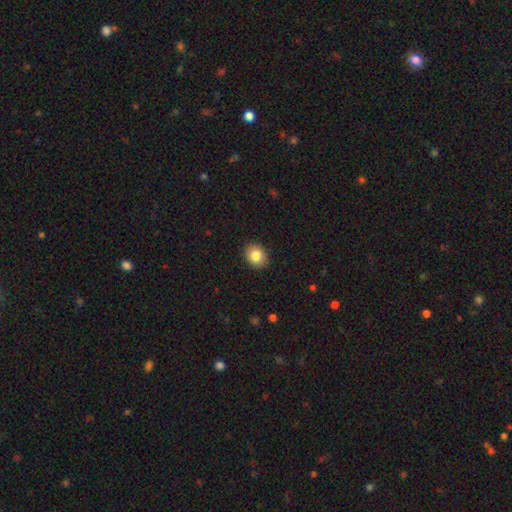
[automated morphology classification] Smooth or featured? smooth (84%)
How rounded? round (55%)
Merging? none (90%)